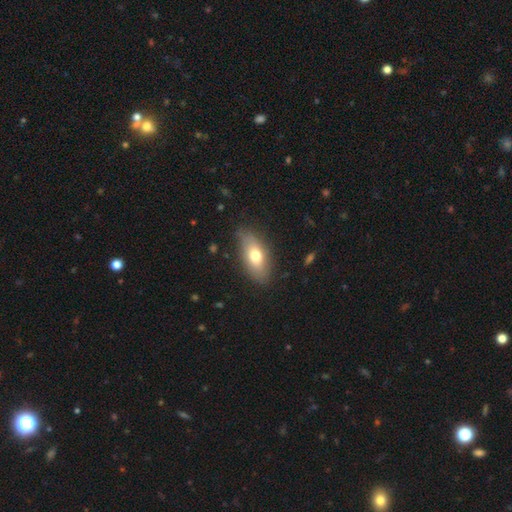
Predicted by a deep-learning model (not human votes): This is likely a smooth galaxy (67%). How rounded: clearly in between (84%). Merging: clearly none (80%).